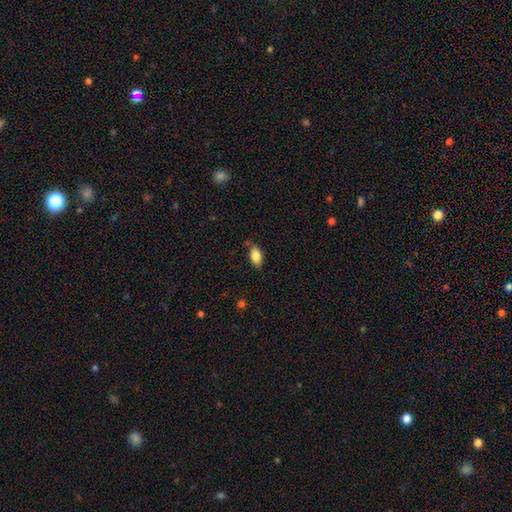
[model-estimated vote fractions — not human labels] smooth-or-featured: smooth: 83% | featured or disk: 9% | star or artifact: 8%
  how-rounded: in between: 90% | round: 6% | cigar-shaped: 4%
  merging: none: 78% | minor disturbance: 17% | major disturbance: 3% | merger: 2%